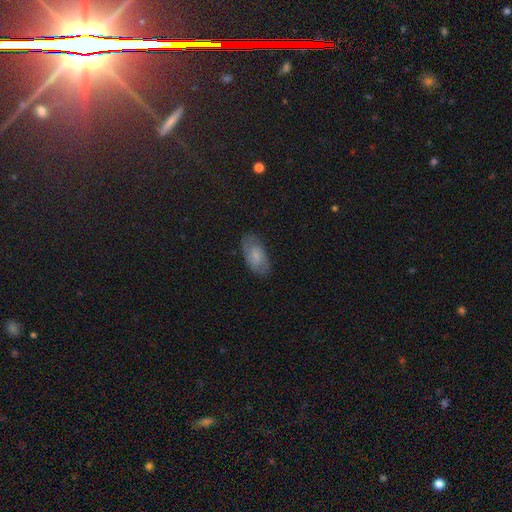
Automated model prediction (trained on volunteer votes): This is possibly a smooth galaxy (55%). How rounded: clearly in between (92%). Merging: likely none (79%).